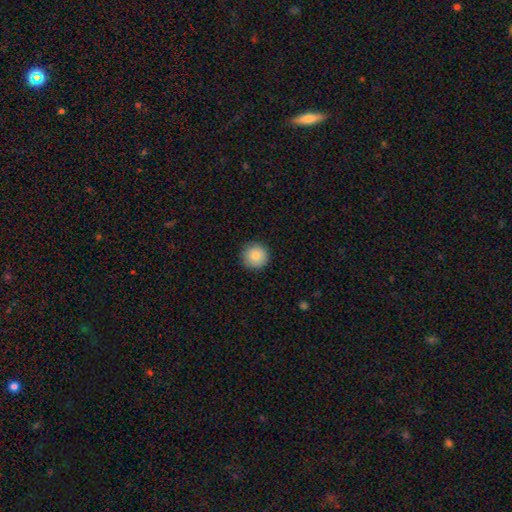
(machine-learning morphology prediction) A smooth galaxy with no disk features (85%) that is round (96%).

Vote fractions:
- Smooth or featured? smooth: 85% / star or artifact: 8% / featured or disk: 7%
- How rounded? round: 96% / in between: 3% / cigar-shaped: 1%
- Merging? none: 91% / minor disturbance: 6% / major disturbance: 2% / merger: 1%